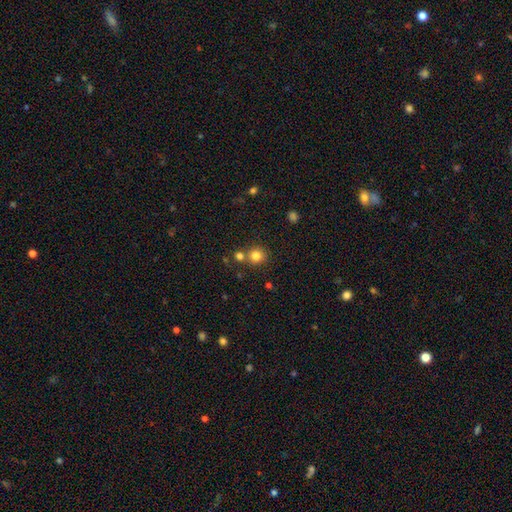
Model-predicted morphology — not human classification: Smooth or featured? Predicted: smooth (p=0.81). How rounded? Predicted: round (p=0.90). Merging? Predicted: none (p=0.71).